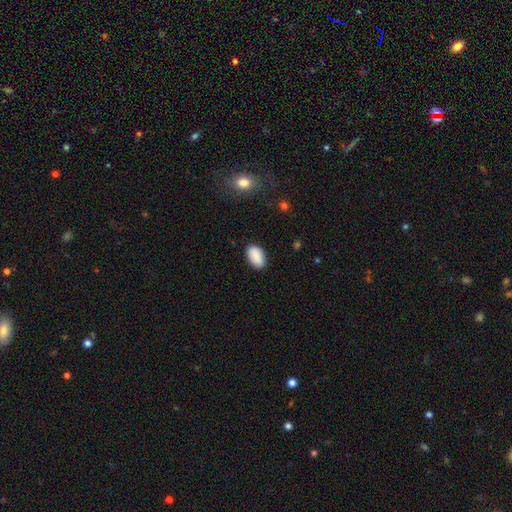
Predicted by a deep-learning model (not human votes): This is clearly a smooth galaxy (90%). How rounded: clearly in between (93%). Merging: clearly none (86%).